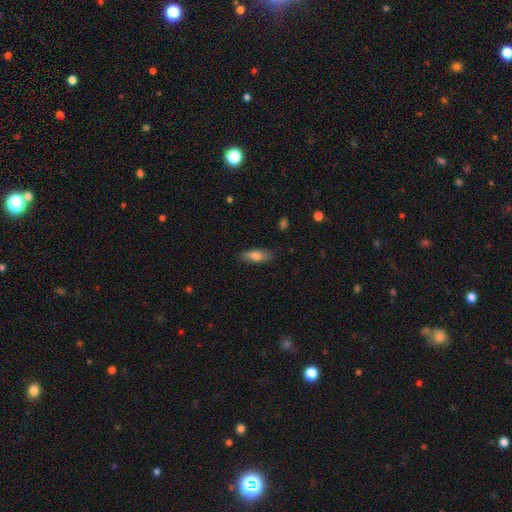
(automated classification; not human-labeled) Overall: smooth (76%). How rounded: in between (68%; cigar-shaped 30%). Merging: none (85%).